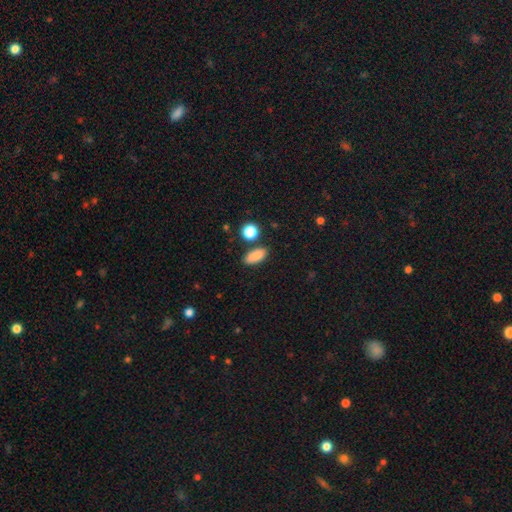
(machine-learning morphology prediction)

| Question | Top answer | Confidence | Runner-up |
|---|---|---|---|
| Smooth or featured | smooth | 87% | star or artifact (8%) |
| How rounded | in between | 82% | cigar-shaped (11%) |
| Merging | none | 82% | minor disturbance (10%) |